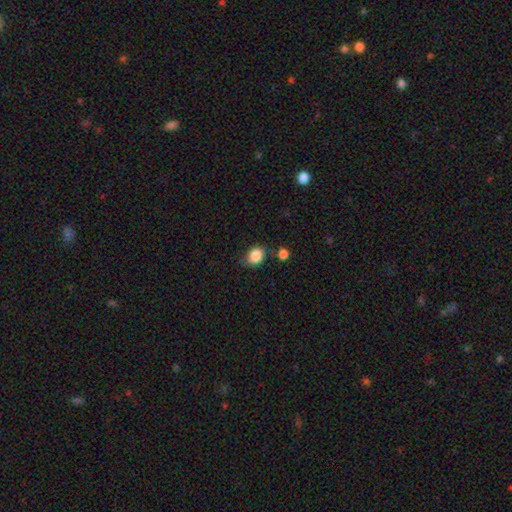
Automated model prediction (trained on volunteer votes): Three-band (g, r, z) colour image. It shows a smooth galaxy with no disk features (86%) that is round (52%). Merging: none (65%).